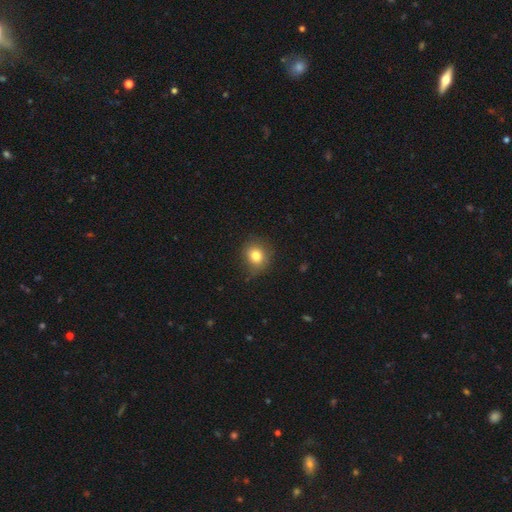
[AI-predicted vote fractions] Overall: smooth (80%). How rounded: round (76%). Merging: none (79%).